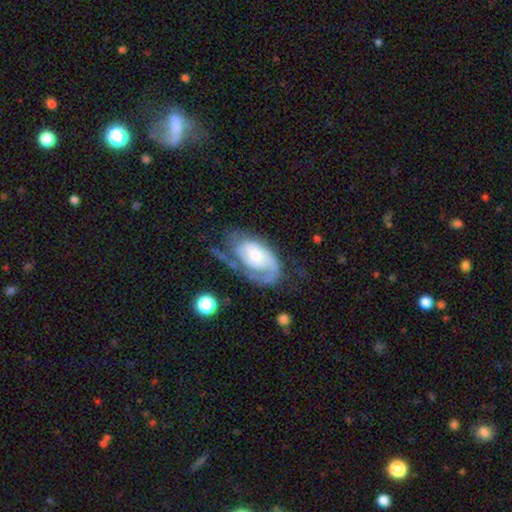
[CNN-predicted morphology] This appears to be a featured or disk galaxy (76%) with no bar (70%), 1 (52%) tight (49%) spiral arms (91%) and a moderate central bulge (42%). Merging: none (43%).